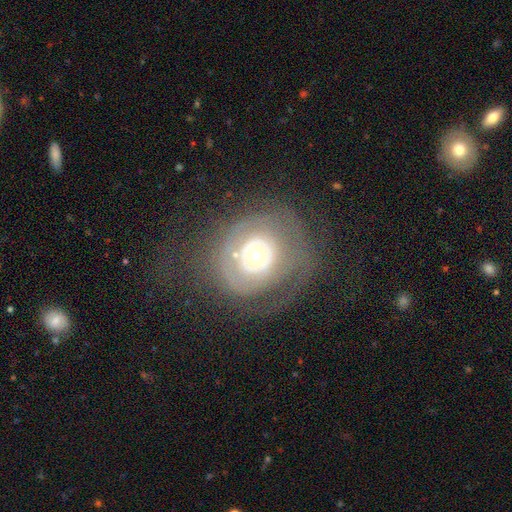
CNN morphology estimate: Smooth or featured? featured or disk (69%)
Edge-on disk? no (96%)
Bar? no (85%)
Spiral arms? no (56%)
Bulge size? moderate (58%)
Merging? none (62%)